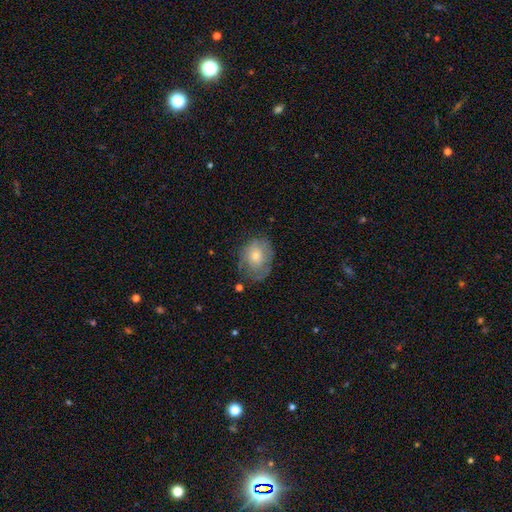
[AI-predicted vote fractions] This appears to be a smooth galaxy with no disk features (55%) that is in between round and cigar-shaped (55%). Merging: none (61%).